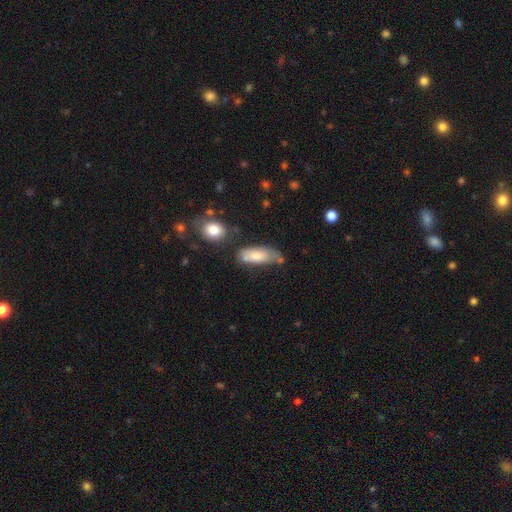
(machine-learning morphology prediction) Smooth or featured: smooth — 76% (featured or disk — 17%)
How rounded: in between — 76% (cigar-shaped — 21%)
Merging: none — 46% (minor disturbance — 29%)